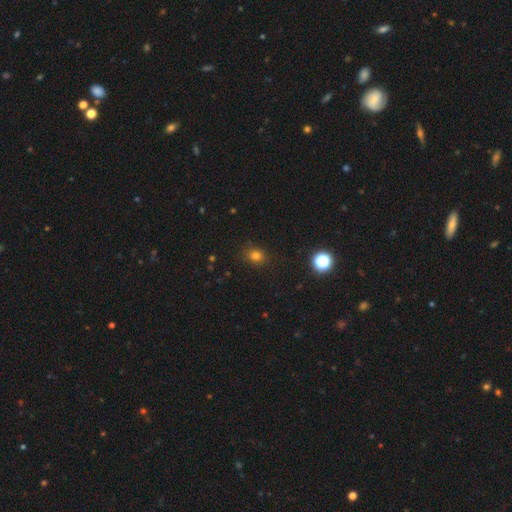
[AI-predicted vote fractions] The model was most divided on "how rounded": round: 68%, in between: 31%, cigar-shaped: 1%. More confident: merging — none (86%); smooth or featured — smooth (78%).